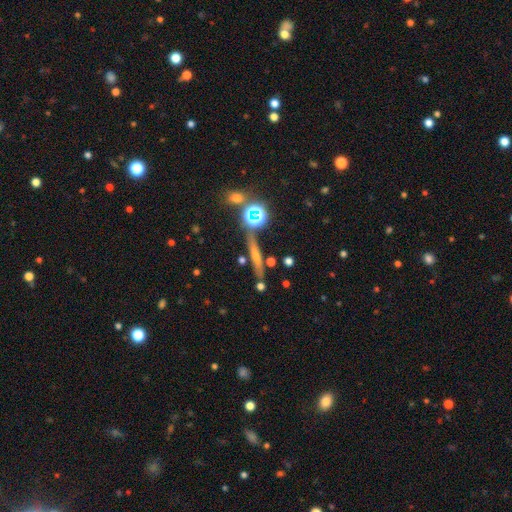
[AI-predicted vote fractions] This is marginally a featured or disk galaxy (43%). Merging: likely none (78%).